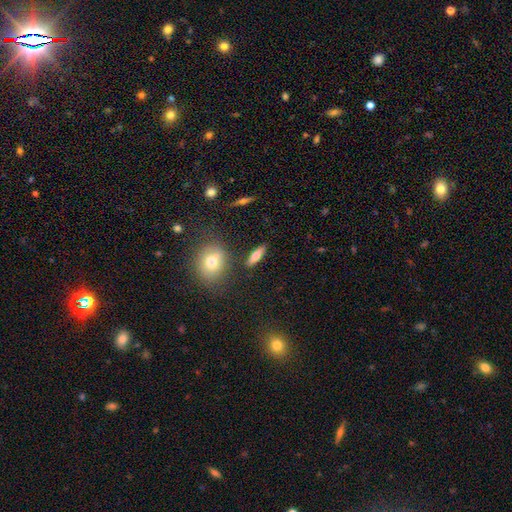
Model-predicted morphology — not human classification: smooth_or_featured: smooth (p=0.60) [alt: featured or disk p=0.31]
how_rounded: cigar-shaped (p=0.53) [alt: in between p=0.41]
merging: none (p=0.83) [alt: minor disturbance p=0.09]